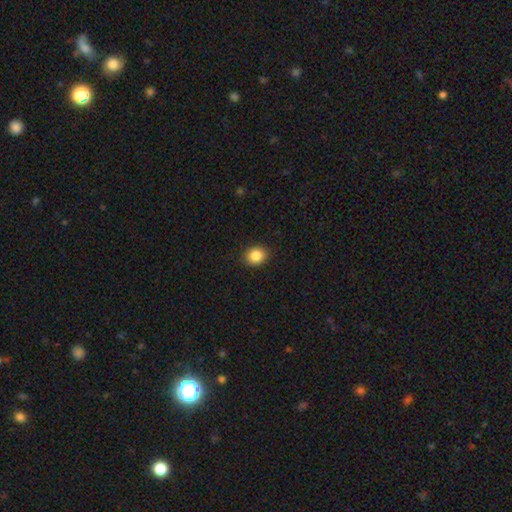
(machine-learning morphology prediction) Smooth or featured: smooth — 86% (star or artifact — 10%)
How rounded: round — 68% (in between — 31%)
Merging: none — 90% (minor disturbance — 7%)